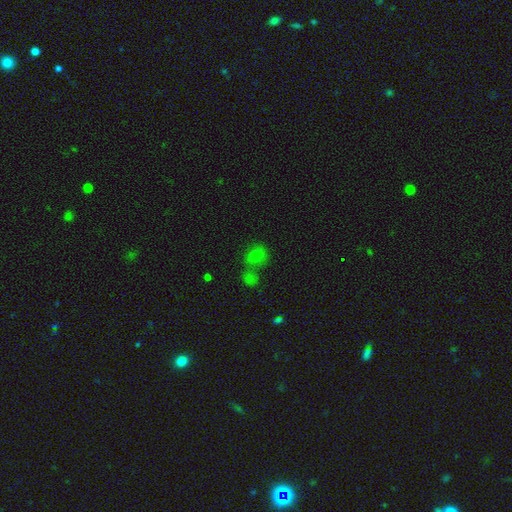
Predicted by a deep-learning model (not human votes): Q: Smooth or featured?
A: smooth (68%); runner-up: star or artifact (19%)
Q: How rounded?
A: round (61%); runner-up: in between (38%)
Q: Merging?
A: none (42%); runner-up: merger (41%)